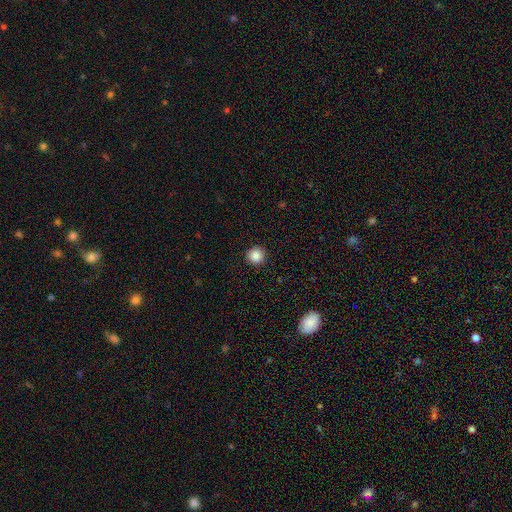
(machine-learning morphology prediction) smooth_or_featured: smooth (p=0.87) [alt: star or artifact p=0.10]
how_rounded: round (p=0.95) [alt: in between p=0.04]
merging: none (p=0.93) [alt: minor disturbance p=0.05]